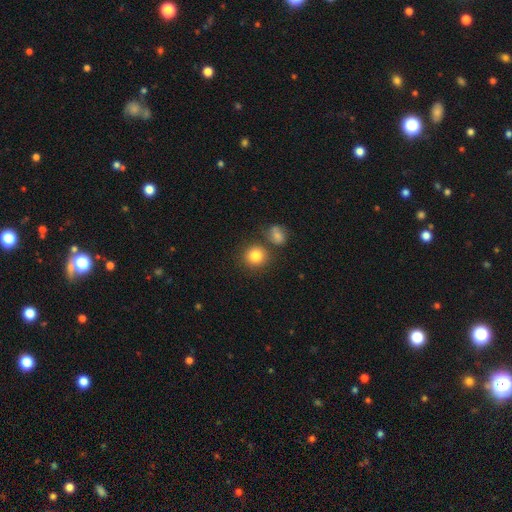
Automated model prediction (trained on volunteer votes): Q: Smooth or featured?
A: smooth (84%); runner-up: star or artifact (10%)
Q: How rounded?
A: round (88%); runner-up: in between (11%)
Q: Merging?
A: none (74%); runner-up: merger (13%)